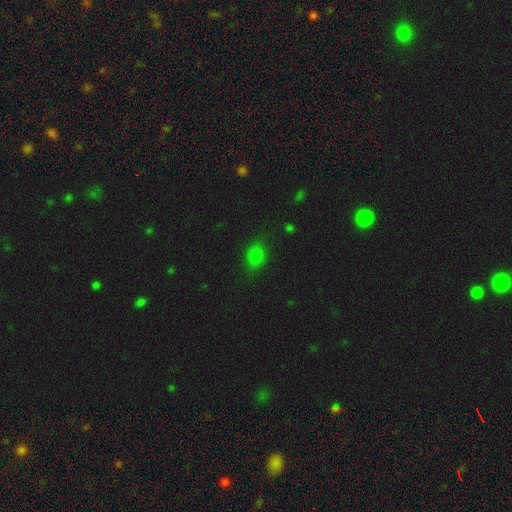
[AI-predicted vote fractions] Q: Smooth or featured?
A: smooth (78%); runner-up: star or artifact (17%)
Q: How rounded?
A: in between (52%); runner-up: round (46%)
Q: Merging?
A: none (78%); runner-up: minor disturbance (16%)